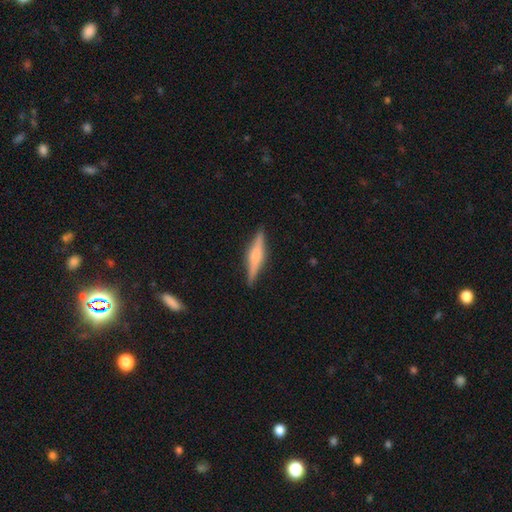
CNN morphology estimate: Smooth or featured? Predicted: featured or disk (p=0.60). Edge-on disk? Predicted: yes (p=0.97). Edge-on bulge? Predicted: rounded (p=0.70). Merging? Predicted: none (p=0.89).